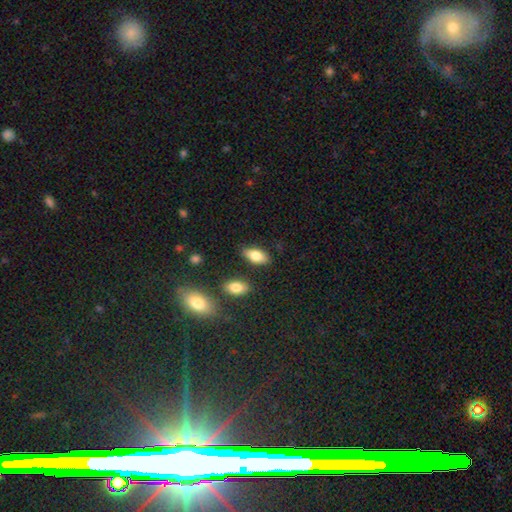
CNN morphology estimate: Q: Smooth or featured?
A: smooth (82%); runner-up: featured or disk (11%)
Q: How rounded?
A: in between (90%); runner-up: cigar-shaped (6%)
Q: Merging?
A: none (81%); runner-up: minor disturbance (12%)